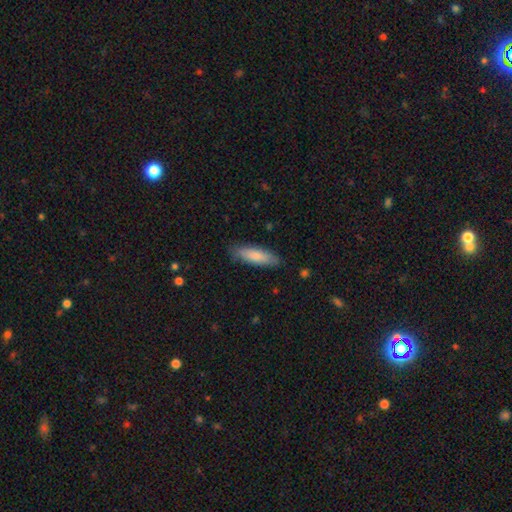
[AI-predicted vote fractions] This is clearly a smooth galaxy (80%). How rounded: possibly cigar-shaped (55%). Merging: clearly none (85%).